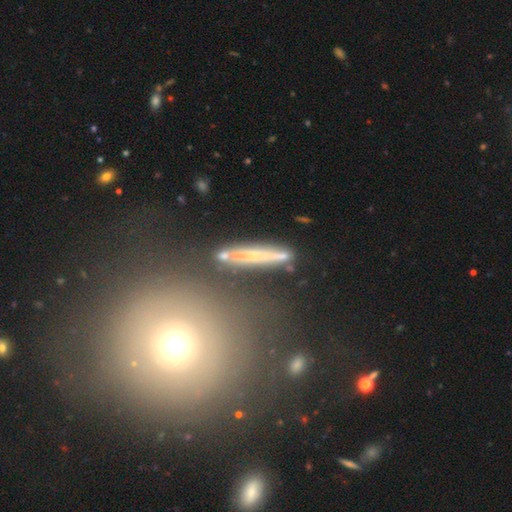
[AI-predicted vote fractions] Smooth or featured: smooth — 47% (featured or disk — 41%)
Merging: none — 73% (minor disturbance — 15%)